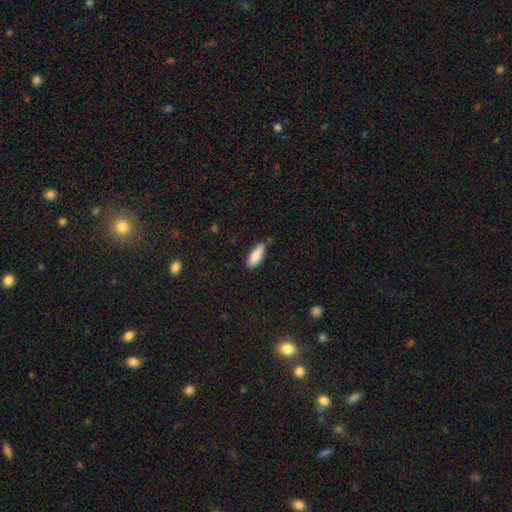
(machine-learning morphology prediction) smooth-or-featured: smooth: 86% | featured or disk: 8% | star or artifact: 6%
  how-rounded: in between: 70% | cigar-shaped: 29% | round: 2%
  merging: none: 82% | minor disturbance: 13% | major disturbance: 2% | merger: 2%